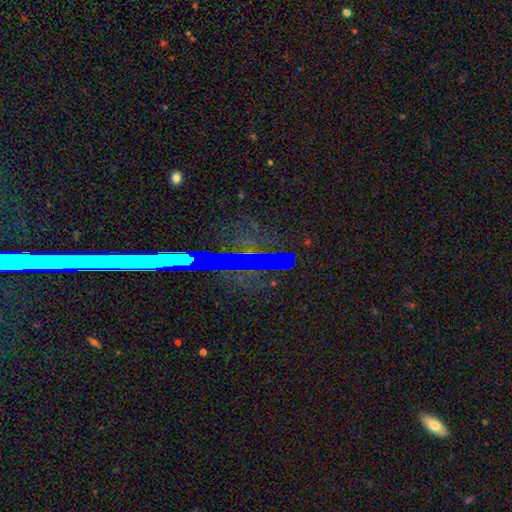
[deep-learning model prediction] Smooth or featured: star or artifact — 62% (featured or disk — 24%)